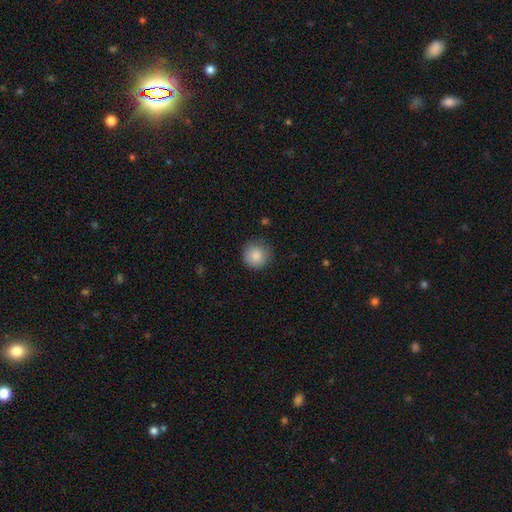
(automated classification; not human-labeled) Smooth or featured? smooth (86%)
How rounded? round (95%)
Merging? none (83%)